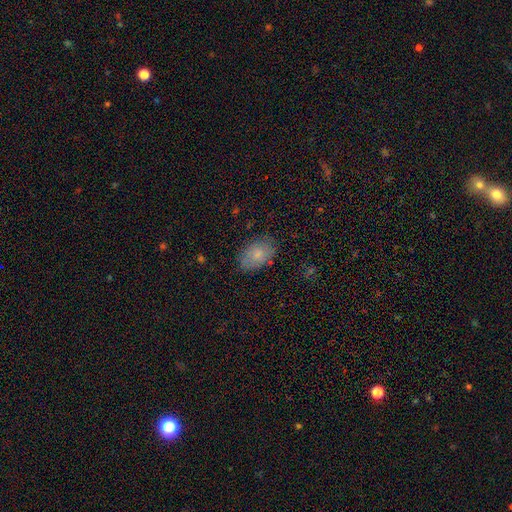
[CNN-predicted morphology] The model was most divided on "merging": none: 81%, minor disturbance: 15%, major disturbance: 3%, merger: 1%. More confident: how rounded — in between (87%); smooth or featured — smooth (79%).